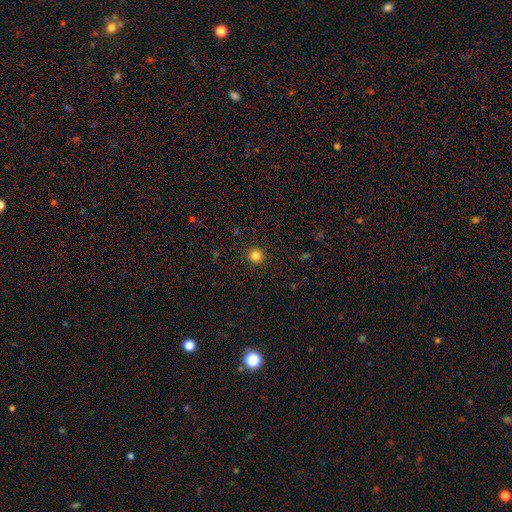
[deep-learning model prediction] Q: Smooth or featured?
A: smooth (83%); runner-up: star or artifact (13%)
Q: How rounded?
A: round (95%); runner-up: in between (4%)
Q: Merging?
A: none (92%); runner-up: minor disturbance (5%)